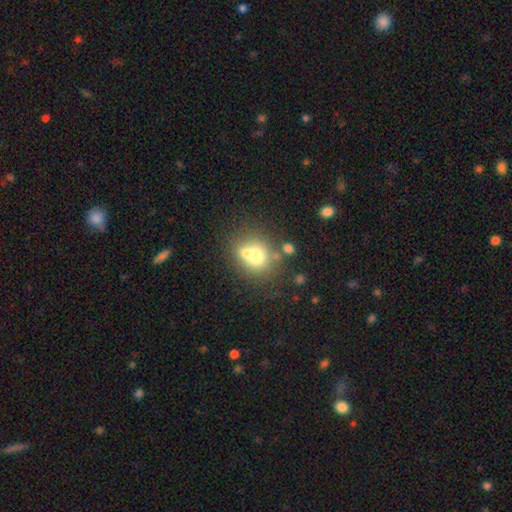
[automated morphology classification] A smooth galaxy with no disk features (66%) that is round (67%).

Vote fractions:
- Smooth or featured? smooth: 66% / featured or disk: 22% / star or artifact: 12%
- How rounded? round: 67% / in between: 32% / cigar-shaped: 1%
- Merging? merger: 43% / none: 41% / minor disturbance: 11% / major disturbance: 6%